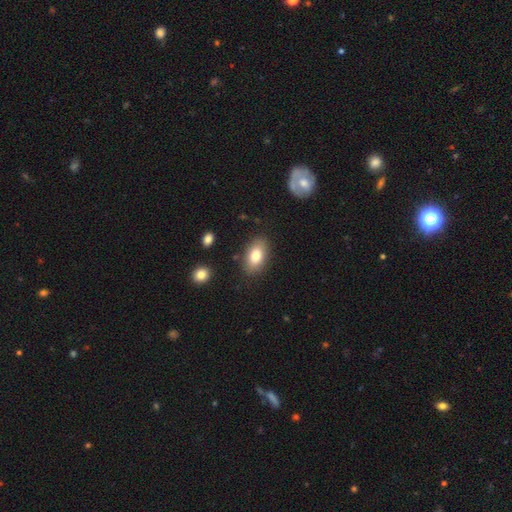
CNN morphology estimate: This appears to be a smooth galaxy with no disk features (80%) that is in between round and cigar-shaped (91%). Merging: none (84%).